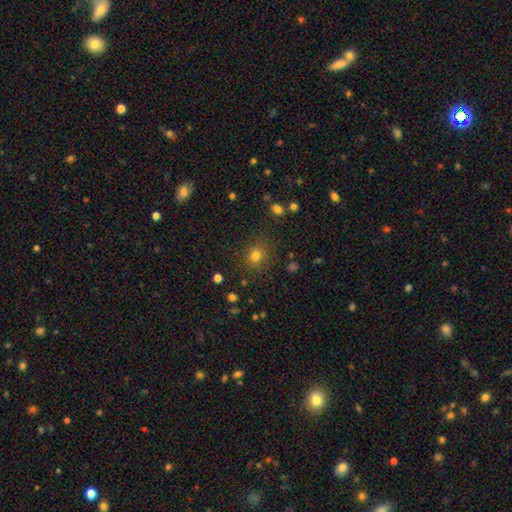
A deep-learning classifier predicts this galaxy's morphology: A smooth galaxy with no disk features (78%) that is round (83%). Merging: none (85%).